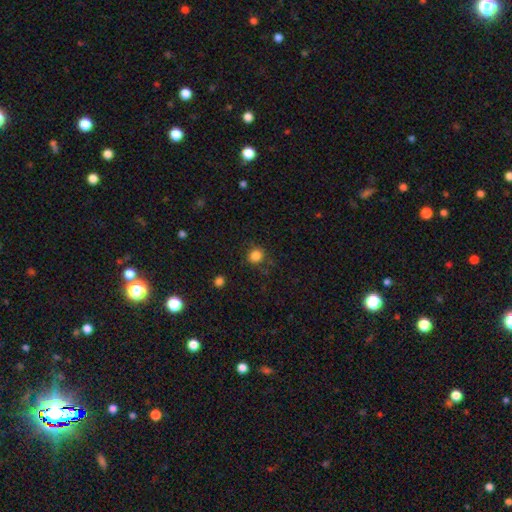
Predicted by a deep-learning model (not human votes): This appears to be a smooth galaxy with no disk features (84%) that is round (83%). Merging: none (81%).